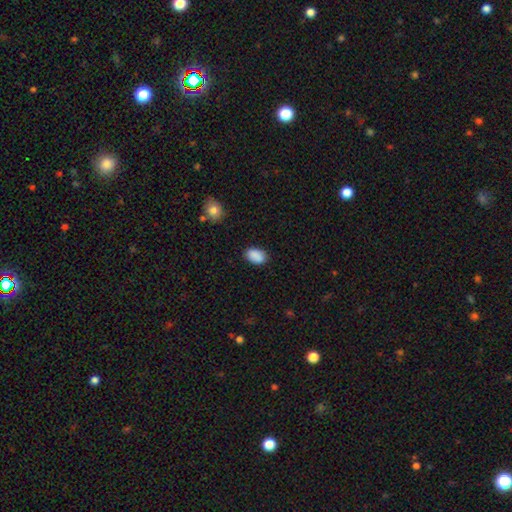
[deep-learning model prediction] Smooth or featured? Predicted: smooth (p=0.89). How rounded? Predicted: in between (p=0.89). Merging? Predicted: none (p=0.84).